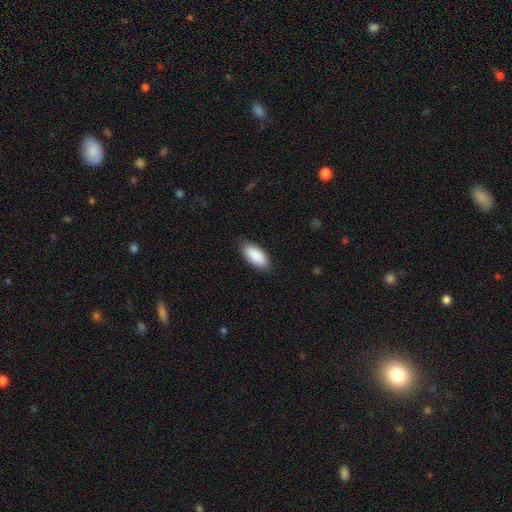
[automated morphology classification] The model was most divided on "merging": none: 84%, minor disturbance: 13%, major disturbance: 2%, merger: 1%. More confident: smooth or featured — smooth (90%); how rounded — in between (90%).